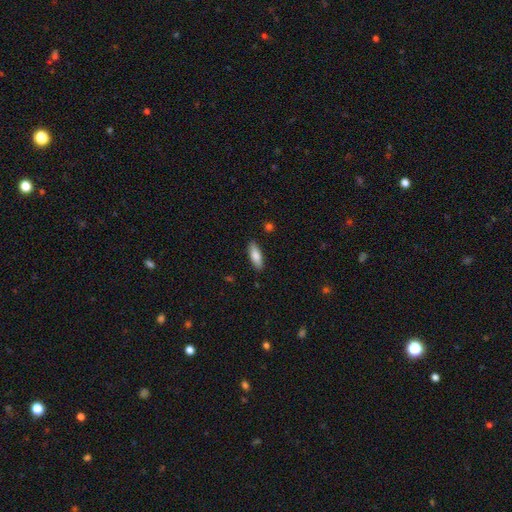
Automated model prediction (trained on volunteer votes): Overall: smooth (83%). How rounded: in between (63%; cigar-shaped 36%). Merging: none (87%).